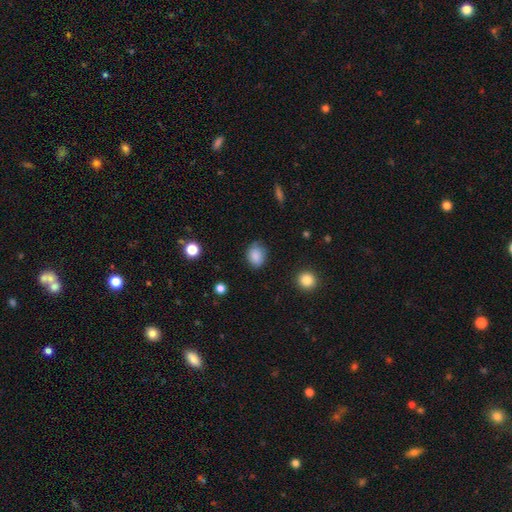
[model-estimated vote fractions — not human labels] A smooth galaxy with no disk features (84%) that is in between round and cigar-shaped (58%).

Vote fractions:
- Smooth or featured? smooth: 84% / star or artifact: 9% / featured or disk: 7%
- How rounded? in between: 58% / round: 41% / cigar-shaped: 1%
- Merging? none: 72% / minor disturbance: 22% / major disturbance: 5% / merger: 1%